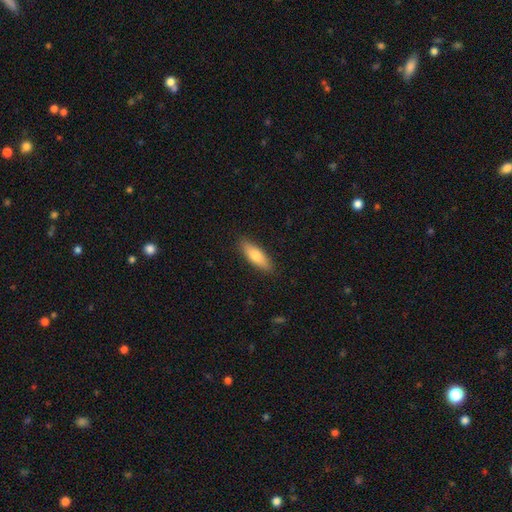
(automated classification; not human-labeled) Smooth or featured? smooth (81%)
How rounded? in between (57%)
Merging? none (88%)